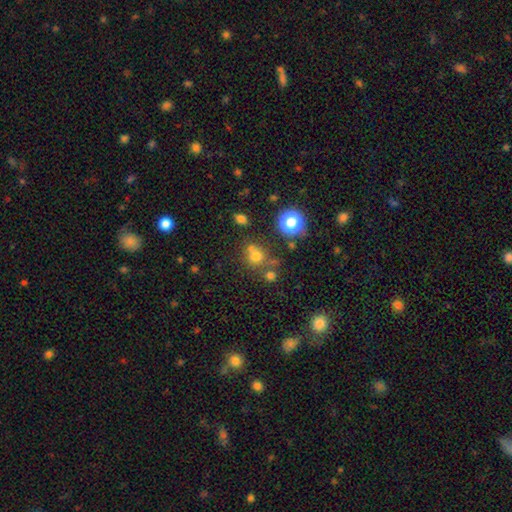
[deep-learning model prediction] smooth_or_featured: smooth (p=0.69) [alt: star or artifact p=0.21]
how_rounded: round (p=0.83) [alt: in between p=0.16]
merging: none (p=0.58) [alt: merger p=0.25]